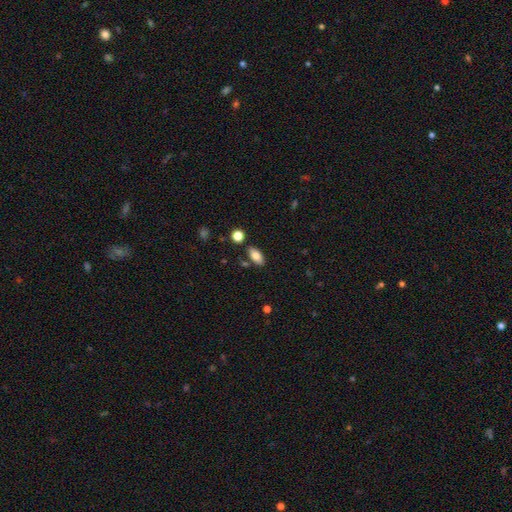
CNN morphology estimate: Q: Smooth or featured?
A: smooth (80%); runner-up: featured or disk (12%)
Q: How rounded?
A: in between (91%); runner-up: cigar-shaped (5%)
Q: Merging?
A: none (81%); runner-up: minor disturbance (10%)